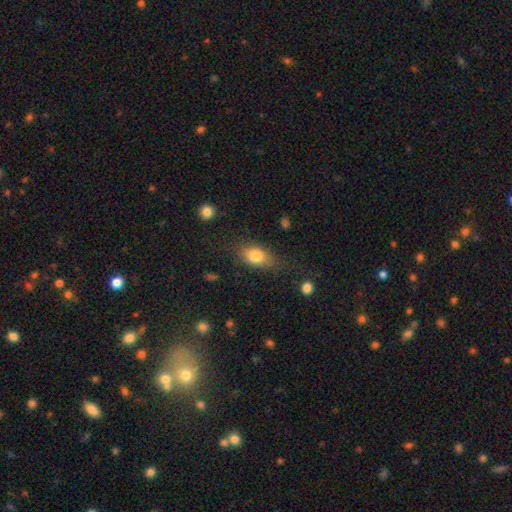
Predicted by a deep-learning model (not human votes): smooth_or_featured: smooth (p=0.79) [alt: featured or disk p=0.13]
how_rounded: in between (p=0.78) [alt: round p=0.16]
merging: none (p=0.68) [alt: minor disturbance p=0.22]